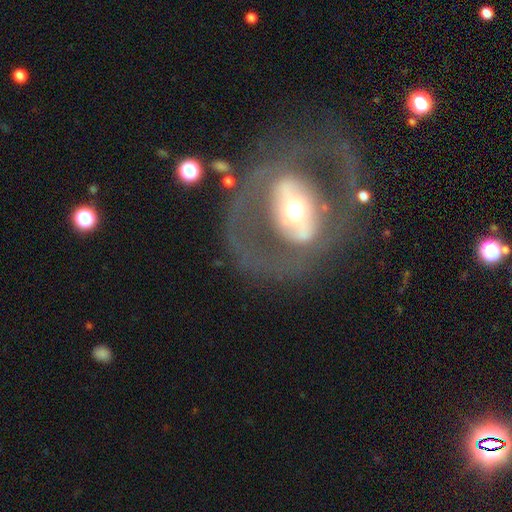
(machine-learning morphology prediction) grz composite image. It shows a featured or disk galaxy (77%) with no bar (40%), no spiral arms (51%) and a moderate central bulge (59%). Merging: none (63%).